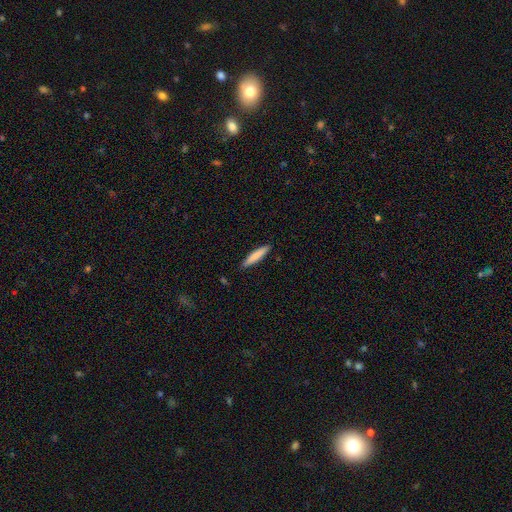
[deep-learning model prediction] smooth 81%, featured or disk 14%, star or artifact 5%. Down the decision tree: how rounded — cigar-shaped (89%); merging — none (89%).